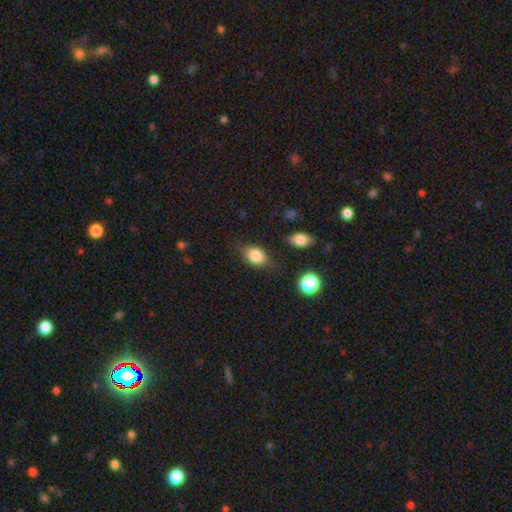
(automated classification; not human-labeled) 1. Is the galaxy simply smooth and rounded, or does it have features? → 82% smooth, 9% featured or disk, 9% star or artifact.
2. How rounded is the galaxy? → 76% in between, 22% round, 2% cigar-shaped.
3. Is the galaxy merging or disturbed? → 73% none, 19% minor disturbance, 5% major disturbance, 3% merger.